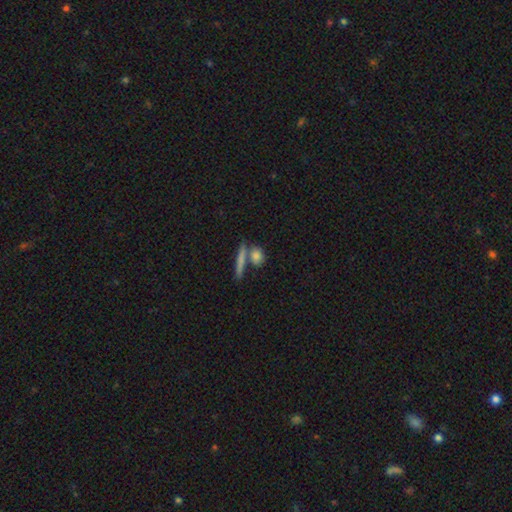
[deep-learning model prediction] Smooth or featured?
  - smooth: 78% *
  - featured or disk: 14%
  - star or artifact: 8%
How rounded?
  - round: 40% *
  - in between: 35%
  - cigar-shaped: 25%
Merging?
  - none: 60% *
  - merger: 25%
  - minor disturbance: 11%
  - major disturbance: 5%